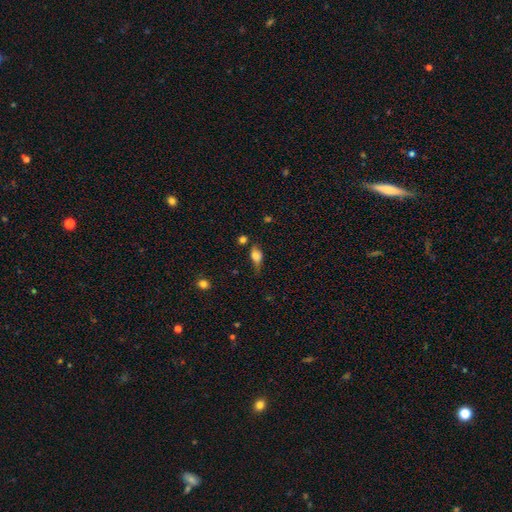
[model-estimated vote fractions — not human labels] Morphology: type=smooth (77%); roundness=in between (82%); merging=none (44%).